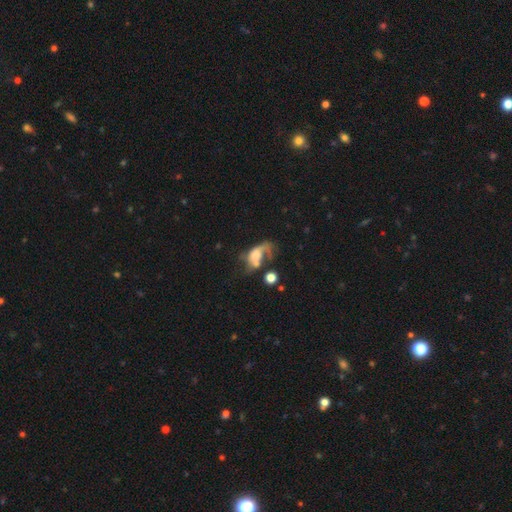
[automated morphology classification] Smooth or featured? Predicted: featured or disk (p=0.48). Merging? Predicted: major disturbance (p=0.47).